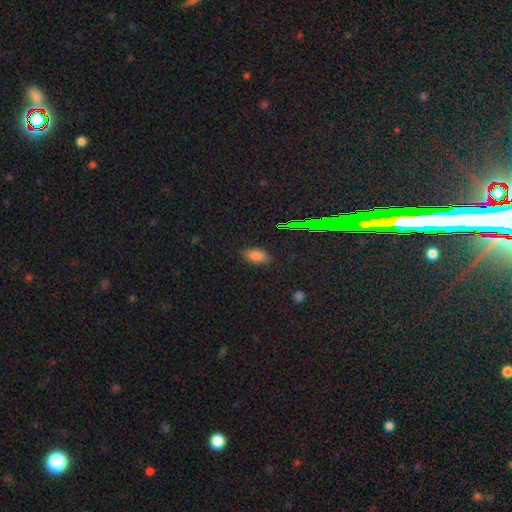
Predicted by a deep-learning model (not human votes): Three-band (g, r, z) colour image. It shows a smooth galaxy with no disk features (78%) that is in between round and cigar-shaped (90%). Merging: none (81%).